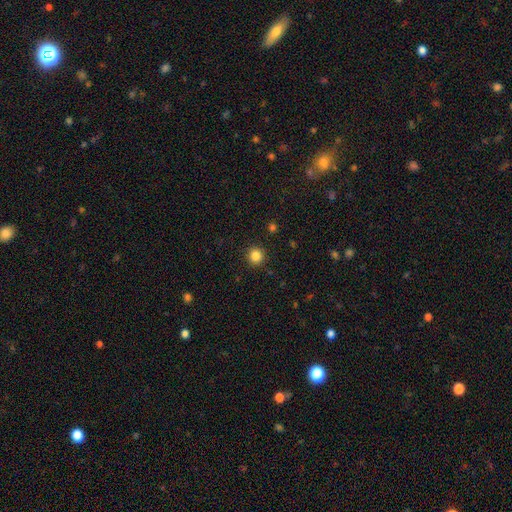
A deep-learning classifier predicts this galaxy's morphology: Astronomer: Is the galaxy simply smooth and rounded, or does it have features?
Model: smooth — 85%.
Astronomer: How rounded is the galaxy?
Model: round — 93%.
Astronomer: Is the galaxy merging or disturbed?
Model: none — 92%.